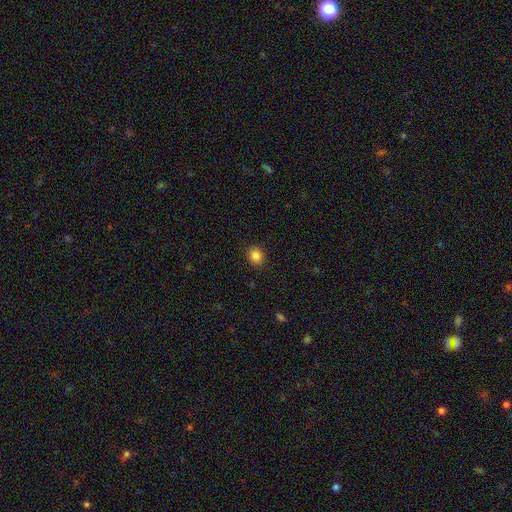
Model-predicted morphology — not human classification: The model was most divided on "how rounded": round: 72%, in between: 27%, cigar-shaped: 1%. More confident: merging — none (89%); smooth or featured — smooth (85%).